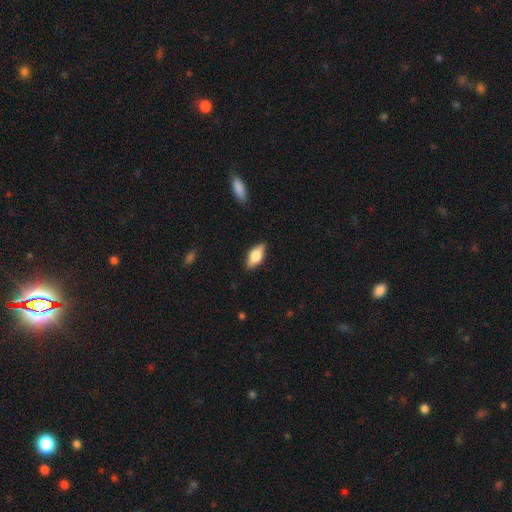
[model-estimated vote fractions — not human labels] Q: Smooth or featured?
A: smooth (62%); runner-up: featured or disk (31%)
Q: How rounded?
A: in between (83%); runner-up: cigar-shaped (13%)
Q: Merging?
A: none (85%); runner-up: minor disturbance (11%)